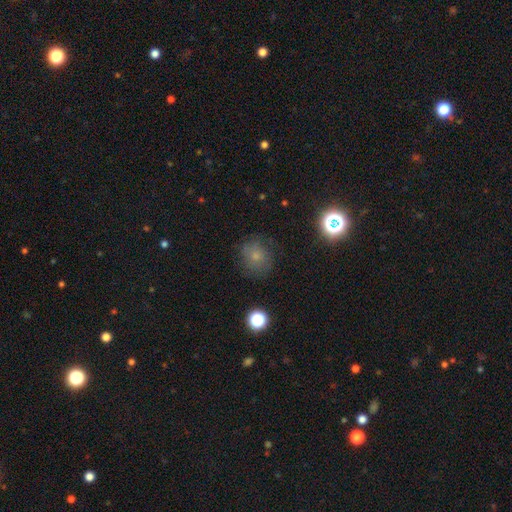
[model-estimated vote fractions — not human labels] A smooth galaxy with no disk features (71%) that is round (81%). Merging: none (78%).